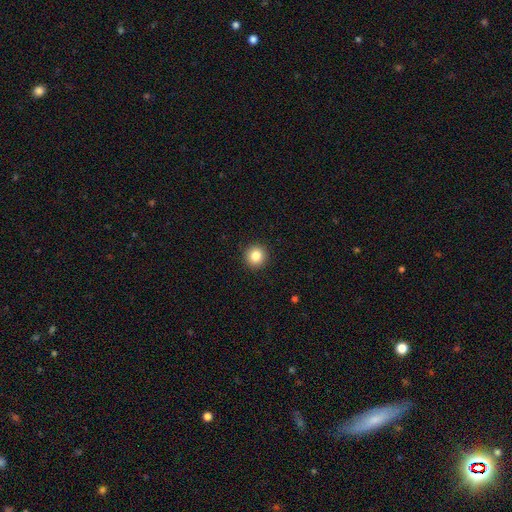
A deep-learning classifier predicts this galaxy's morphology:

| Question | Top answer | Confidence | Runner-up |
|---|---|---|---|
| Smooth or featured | smooth | 84% | star or artifact (10%) |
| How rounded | round | 94% | in between (5%) |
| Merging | none | 93% | minor disturbance (5%) |